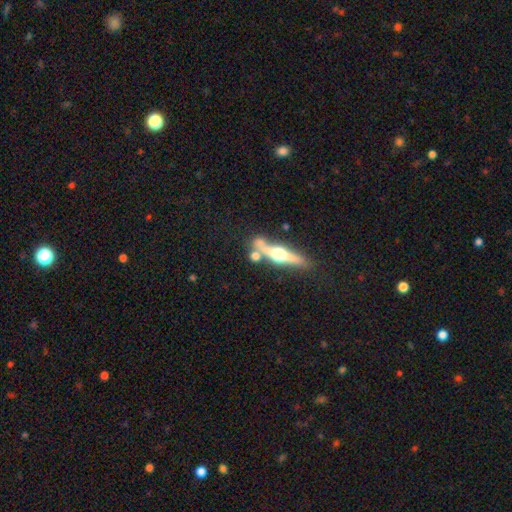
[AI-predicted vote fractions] featured or disk 66%, smooth 26%, star or artifact 8%. Down the decision tree: edge-on disk — yes (90%); edge-on bulge — rounded (96%); merging — none (62%).